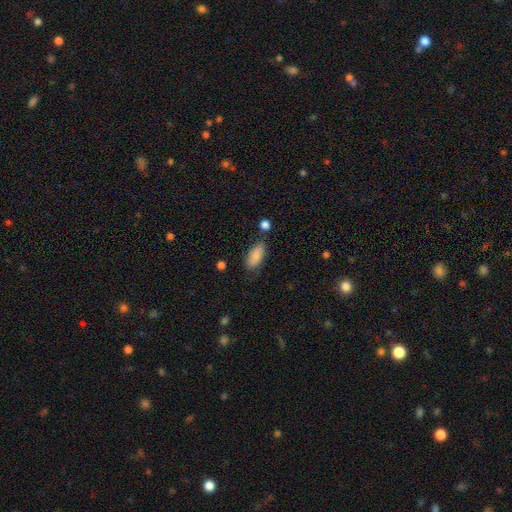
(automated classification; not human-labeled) Morphology: type=smooth (87%); roundness=in between (85%); merging=none (74%).